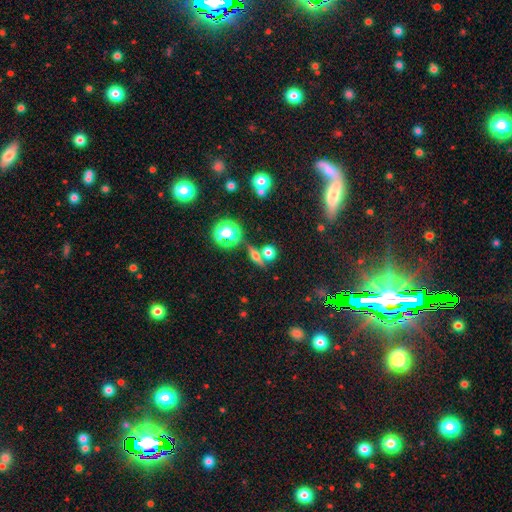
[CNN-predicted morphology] smooth_or_featured: smooth (p=0.41) [alt: featured or disk p=0.38]
merging: none (p=0.72) [alt: merger p=0.16]